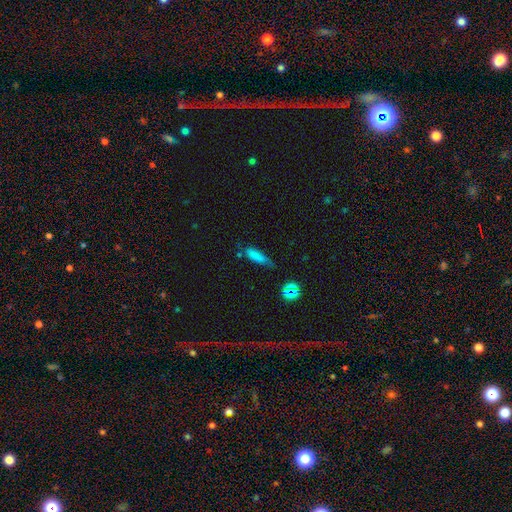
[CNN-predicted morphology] smooth_or_featured: smooth (p=0.72) [alt: star or artifact p=0.14]
how_rounded: cigar-shaped (p=0.63) [alt: in between p=0.34]
merging: none (p=0.48) [alt: minor disturbance p=0.33]